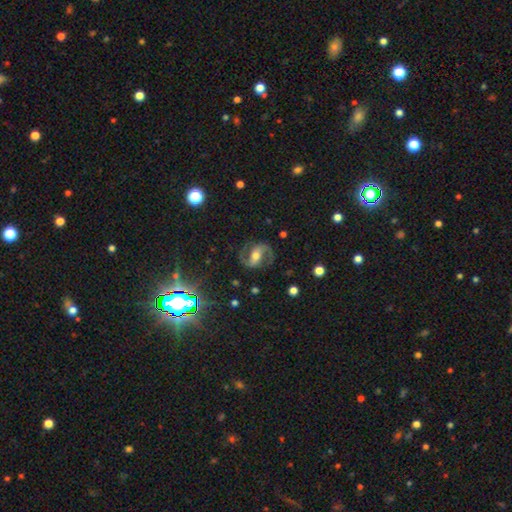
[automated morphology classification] Overall: featured or disk (86%). Edge-on disk: no (97%). Bar: strong (44%; weak 36%). Spiral arms: yes (96%). Spiral arm count: 2 (94%). Spiral winding: medium (59%; loose 25%). Bulge size: moderate (64%; small 25%). Merging: none (82%).